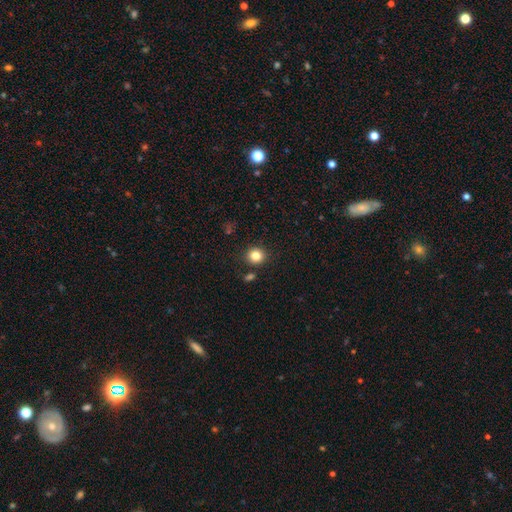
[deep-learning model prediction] smooth_or_featured: smooth (p=0.82) [alt: star or artifact p=0.12]
how_rounded: round (p=0.88) [alt: in between p=0.11]
merging: none (p=0.87) [alt: minor disturbance p=0.07]